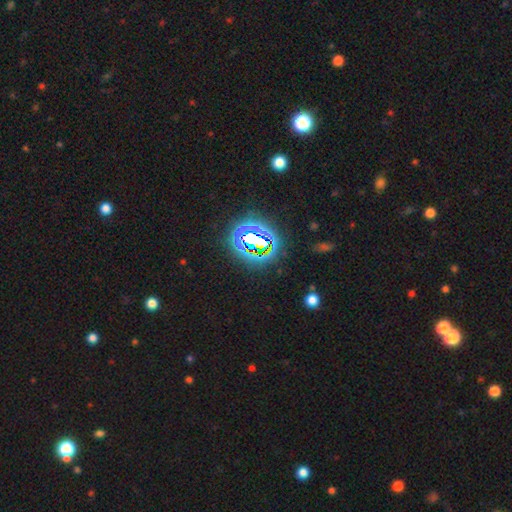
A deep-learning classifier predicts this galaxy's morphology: A star or artifact, not a galaxy (74%).

Vote fractions:
- Smooth or featured? star or artifact: 74% / smooth: 15% / featured or disk: 11%